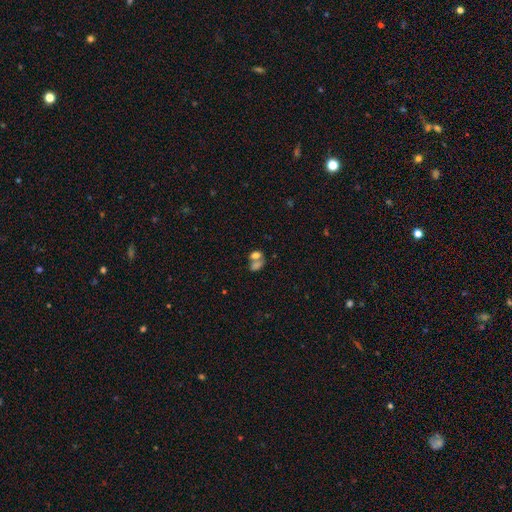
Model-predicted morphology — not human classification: Q: Smooth or featured?
A: smooth (72%); runner-up: featured or disk (16%)
Q: How rounded?
A: in between (73%); runner-up: round (25%)
Q: Merging?
A: merger (62%); runner-up: none (24%)